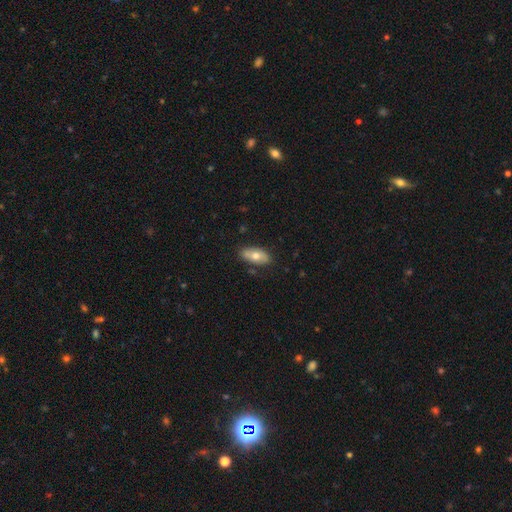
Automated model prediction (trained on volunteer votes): This is likely a smooth galaxy (68%). How rounded: clearly in between (91%). Merging: clearly none (80%).